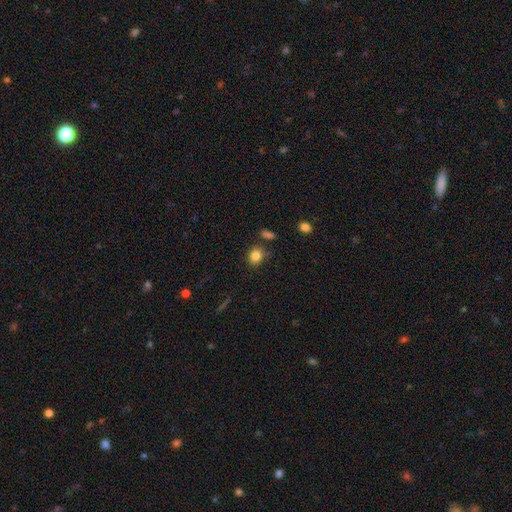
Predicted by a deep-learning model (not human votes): Smooth or featured?
  - smooth: 84% *
  - star or artifact: 10%
  - featured or disk: 6%
How rounded?
  - round: 66% *
  - in between: 33%
  - cigar-shaped: 1%
Merging?
  - none: 78% *
  - minor disturbance: 13%
  - merger: 5%
  - major disturbance: 3%